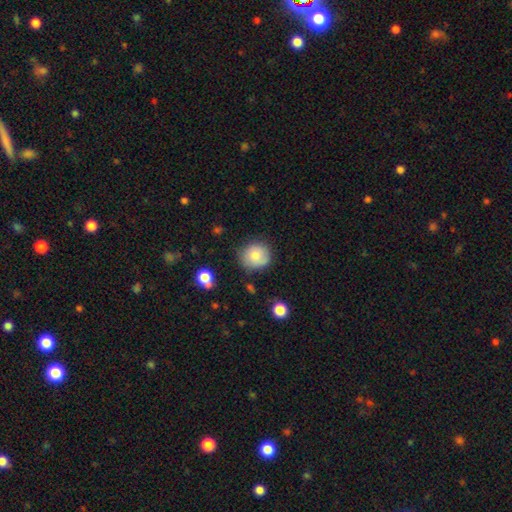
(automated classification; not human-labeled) The model was most divided on "merging": none: 75%, minor disturbance: 19%, major disturbance: 4%, merger: 2%. More confident: how rounded — round (87%); smooth or featured — smooth (77%).